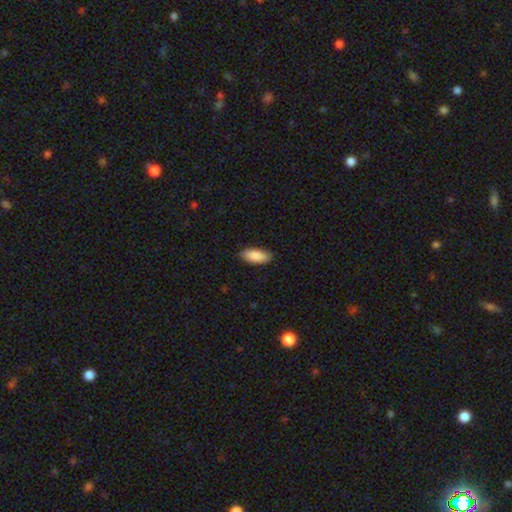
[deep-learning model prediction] Morphology: type=smooth (89%); roundness=in between (86%); merging=none (86%).